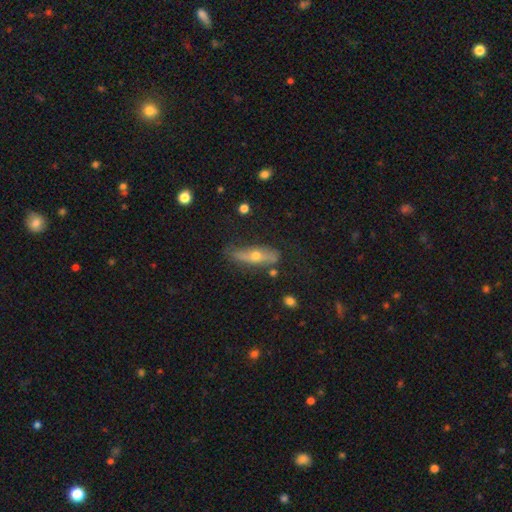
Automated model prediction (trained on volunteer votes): Smooth or featured? featured or disk (52%)
Edge-on disk? yes (71%)
Merging? none (66%)